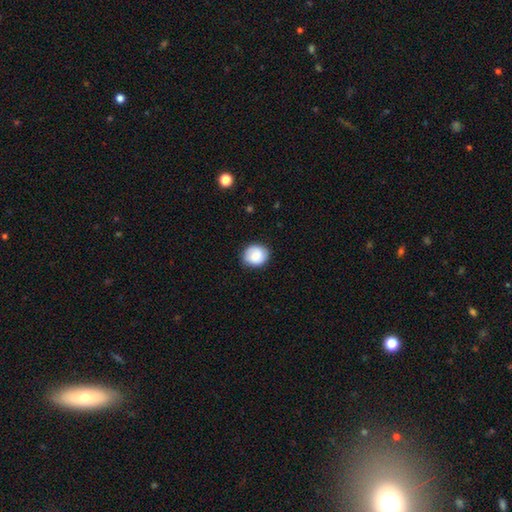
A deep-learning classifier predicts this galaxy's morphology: Smooth or featured?
  - smooth: 78% *
  - featured or disk: 15%
  - star or artifact: 7%
How rounded?
  - round: 81% *
  - in between: 18%
  - cigar-shaped: 1%
Merging?
  - none: 84% *
  - minor disturbance: 13%
  - major disturbance: 3%
  - merger: 1%